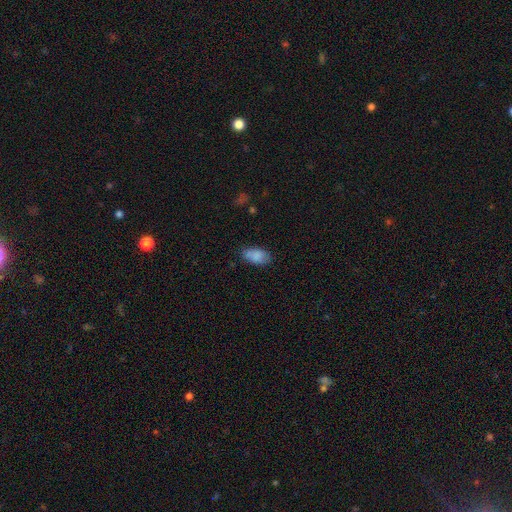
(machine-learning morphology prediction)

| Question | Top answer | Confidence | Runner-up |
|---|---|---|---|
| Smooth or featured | smooth | 85% | star or artifact (8%) |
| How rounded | in between | 93% | round (4%) |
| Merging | none | 73% | minor disturbance (20%) |